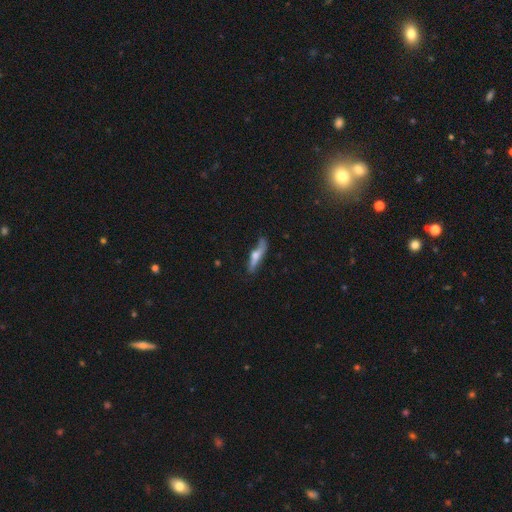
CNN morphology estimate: featured or disk 55%, smooth 38%, star or artifact 7%. Down the decision tree: edge-on disk — yes (82%); merging — none (65%).